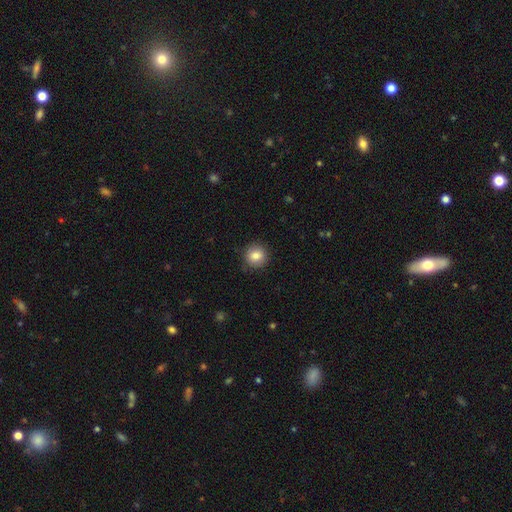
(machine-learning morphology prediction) Smooth or featured?
  - smooth: 84% *
  - star or artifact: 9%
  - featured or disk: 7%
How rounded?
  - round: 91% *
  - in between: 8%
  - cigar-shaped: 1%
Merging?
  - none: 89% *
  - minor disturbance: 8%
  - major disturbance: 2%
  - merger: 1%